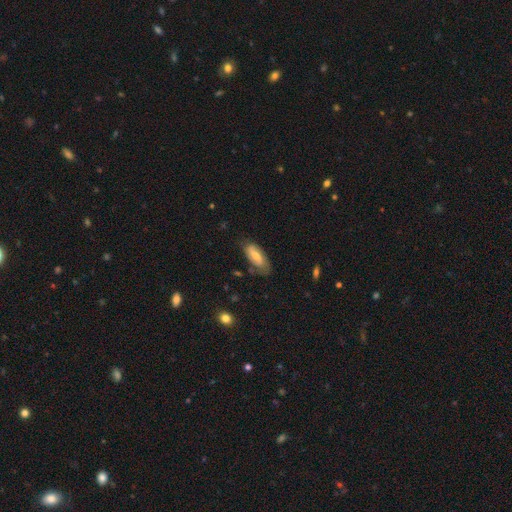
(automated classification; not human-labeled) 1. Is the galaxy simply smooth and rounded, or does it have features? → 50% smooth, 43% featured or disk, 7% star or artifact.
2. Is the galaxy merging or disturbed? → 67% none, 24% minor disturbance, 7% major disturbance, 2% merger.